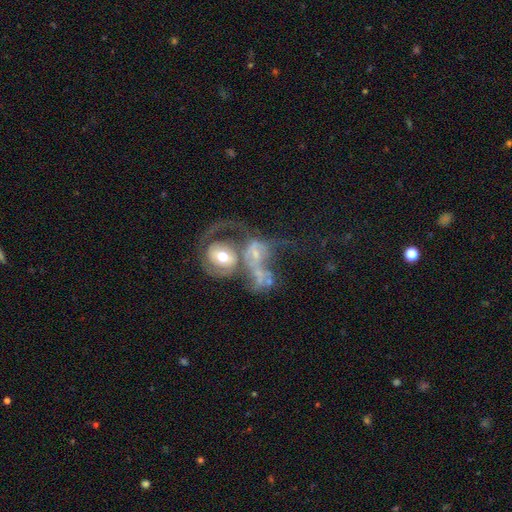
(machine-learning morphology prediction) A featured or disk galaxy (69%) with no bar (71%), spiral arms (61%) and a moderate central bulge (56%).

Vote fractions:
- Smooth or featured? featured or disk: 69% / smooth: 20% / star or artifact: 11%
- Edge-on disk? no: 96% / yes: 4%
- Bar? no: 71% / weak: 21% / strong: 8%
- Spiral arms? yes: 61% / no: 39%
- Bulge size? moderate: 56% / small: 27% / none: 8% / large: 7% / dominant: 2%
- Merging? merger: 62% / major disturbance: 21% / none: 11% / minor disturbance: 6%